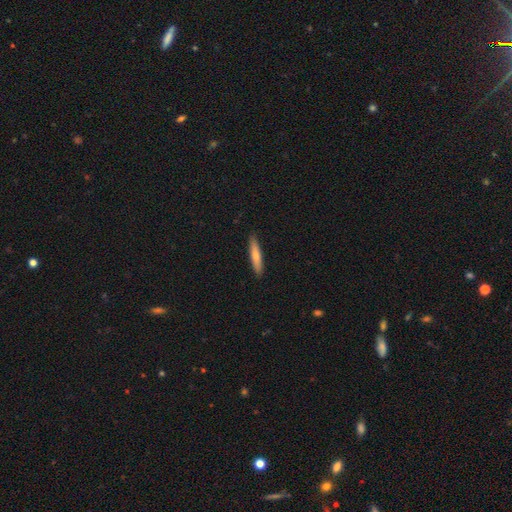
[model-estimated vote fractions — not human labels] A smooth galaxy with no disk features (68%) that is cigar-shaped (89%).

Vote fractions:
- Smooth or featured? smooth: 68% / featured or disk: 26% / star or artifact: 6%
- How rounded? cigar-shaped: 89% / in between: 9% / round: 1%
- Merging? none: 90% / minor disturbance: 7% / major disturbance: 1% / merger: 1%